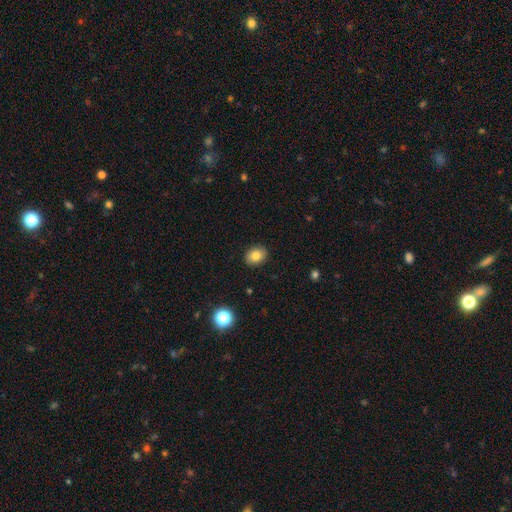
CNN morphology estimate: A smooth galaxy with no disk features (81%) that is in between round and cigar-shaped (57%). Merging: none (90%).